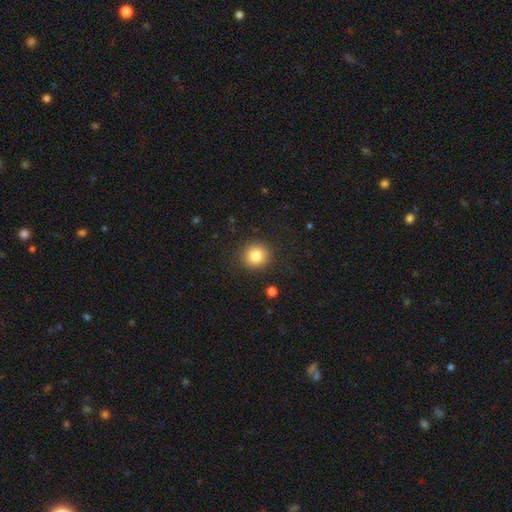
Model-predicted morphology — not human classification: smooth 83%, star or artifact 10%, featured or disk 7%. Down the decision tree: how rounded — round (90%); merging — none (90%).